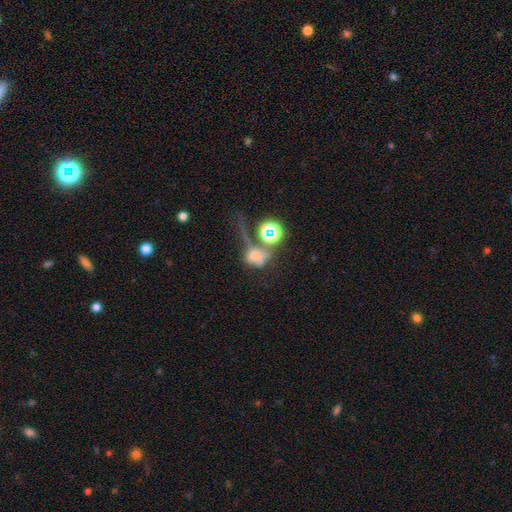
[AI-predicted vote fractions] This is possibly a smooth galaxy (46%). Merging: marginally major disturbance (32%).